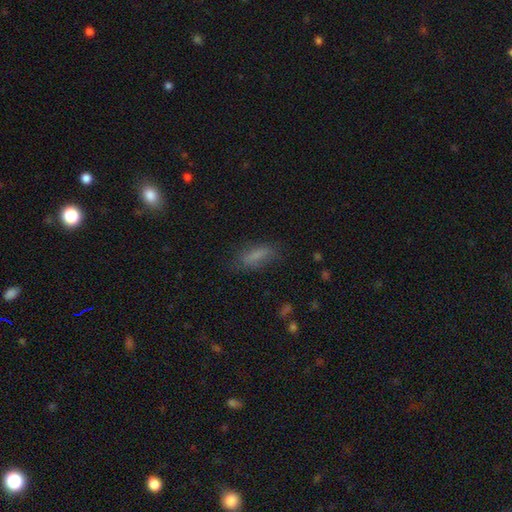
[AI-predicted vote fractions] Smooth or featured? Predicted: smooth (p=0.75). How rounded? Predicted: in between (p=0.61). Merging? Predicted: none (p=0.71).